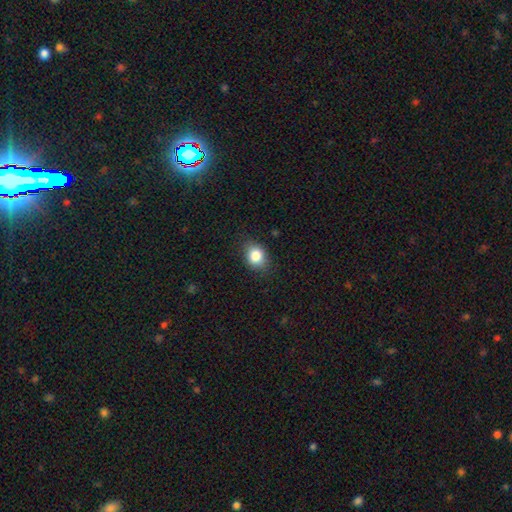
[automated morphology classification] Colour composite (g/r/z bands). It shows a smooth galaxy with no disk features (83%) that is in between round and cigar-shaped (55%). Merging: none (82%).